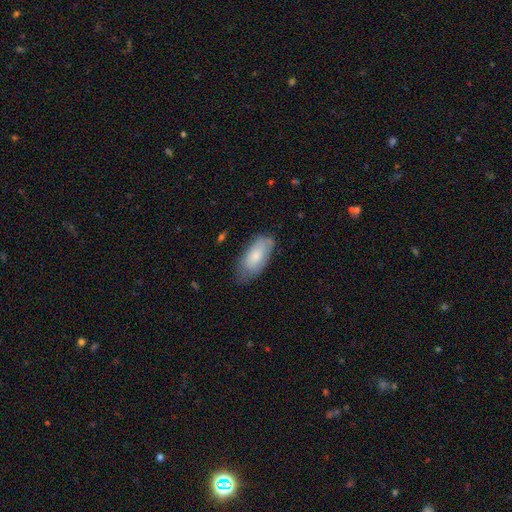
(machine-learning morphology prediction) Smooth or featured?
  - smooth: 77% *
  - featured or disk: 17%
  - star or artifact: 6%
How rounded?
  - in between: 91% *
  - cigar-shaped: 7%
  - round: 2%
Merging?
  - none: 63% *
  - minor disturbance: 29%
  - major disturbance: 6%
  - merger: 2%